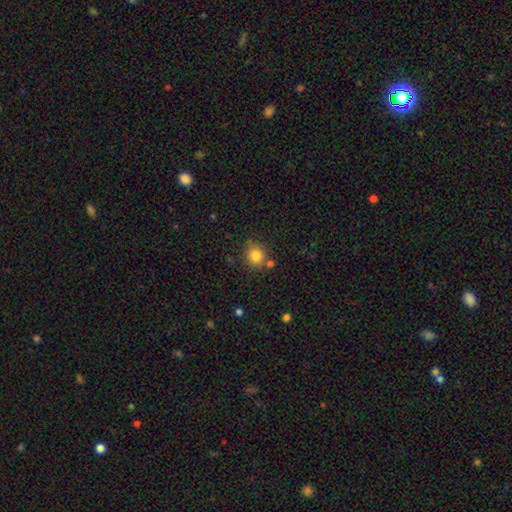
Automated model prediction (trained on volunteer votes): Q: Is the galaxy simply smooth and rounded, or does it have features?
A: smooth — 83%.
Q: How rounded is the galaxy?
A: round — 85%.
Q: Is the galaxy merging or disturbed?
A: none — 76%.